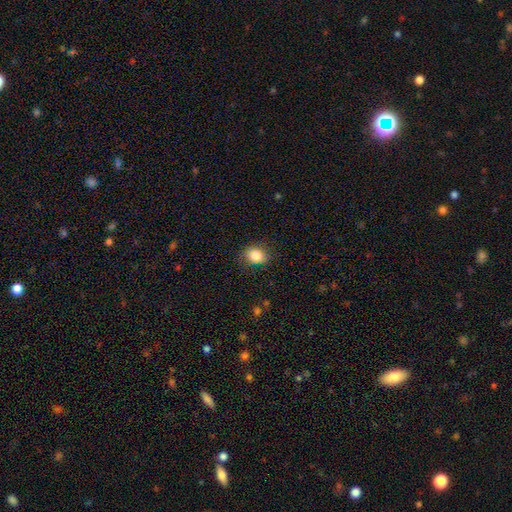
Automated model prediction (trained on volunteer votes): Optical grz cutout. It shows a smooth galaxy with no disk features (84%) that is in between round and cigar-shaped (51%). Merging: none (79%).